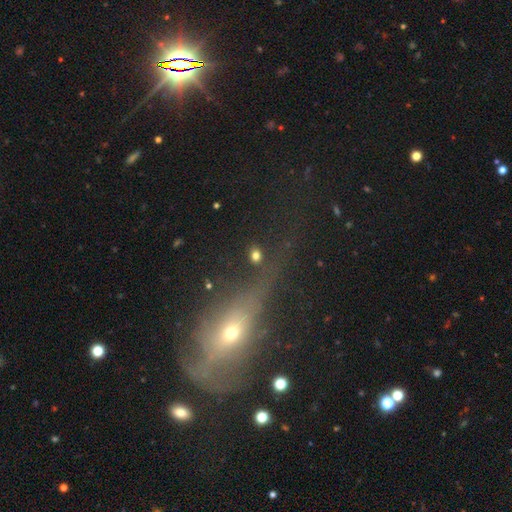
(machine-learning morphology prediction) The model was most divided on "how rounded": round: 50%, in between: 47%, cigar-shaped: 3%. More confident: merging — none (78%); smooth or featured — smooth (76%).